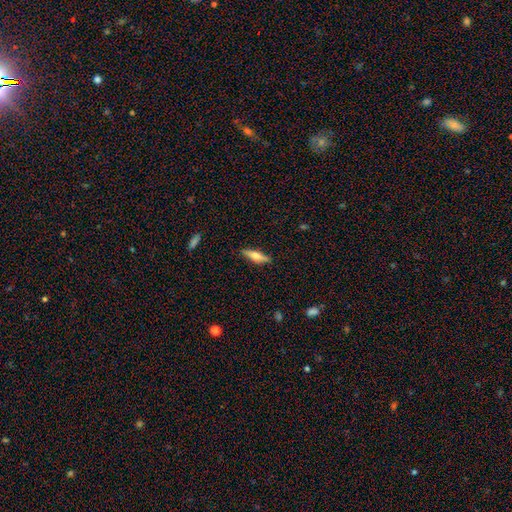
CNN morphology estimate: Q: Smooth or featured?
A: smooth (50%); runner-up: featured or disk (44%)
Q: Merging?
A: none (88%); runner-up: minor disturbance (9%)